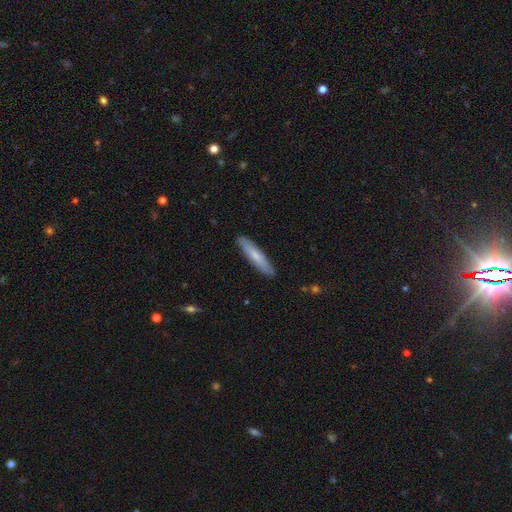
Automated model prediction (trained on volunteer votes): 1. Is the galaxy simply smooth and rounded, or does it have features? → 71% smooth, 24% featured or disk, 5% star or artifact.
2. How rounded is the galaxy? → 88% cigar-shaped, 11% in between, 1% round.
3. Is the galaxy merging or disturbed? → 89% none, 8% minor disturbance, 2% major disturbance, 1% merger.